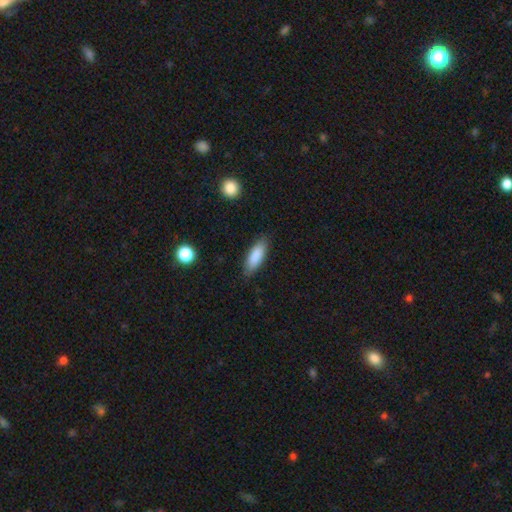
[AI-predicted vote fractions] A smooth galaxy with no disk features (87%) that is in between round and cigar-shaped (64%). Merging: none (85%).